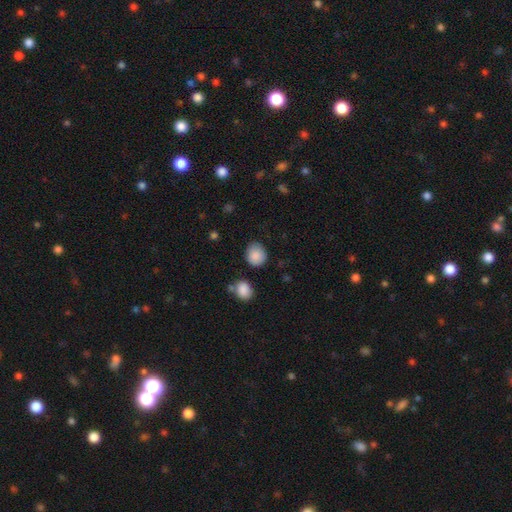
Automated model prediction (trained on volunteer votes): A smooth galaxy with no disk features (88%) that is round (74%). Merging: none (77%).